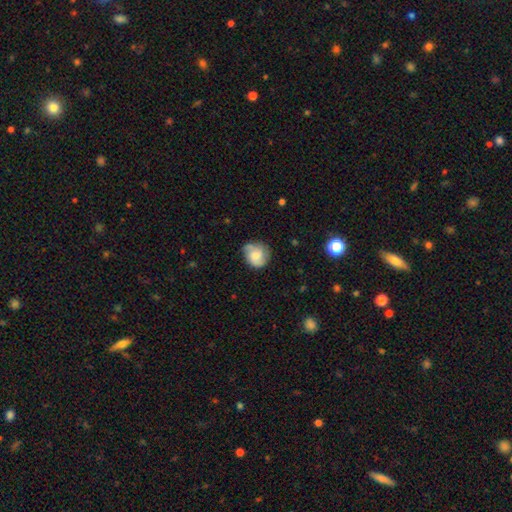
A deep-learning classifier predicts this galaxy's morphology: type=smooth (46%, tied with featured or disk); merging=none (63%).